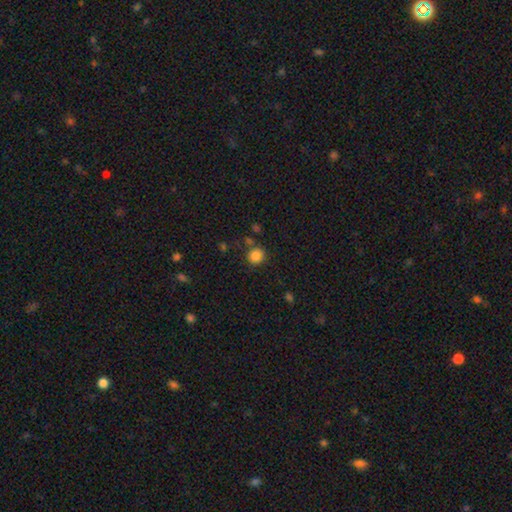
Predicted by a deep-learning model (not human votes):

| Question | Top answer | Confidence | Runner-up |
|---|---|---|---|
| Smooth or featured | smooth | 85% | star or artifact (11%) |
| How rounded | round | 87% | in between (12%) |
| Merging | none | 79% | minor disturbance (11%) |